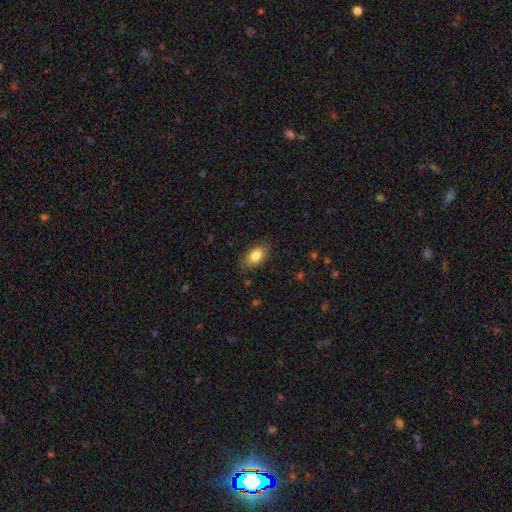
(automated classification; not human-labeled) Smooth or featured? Predicted: smooth (p=0.84). How rounded? Predicted: in between (p=0.90). Merging? Predicted: none (p=0.82).